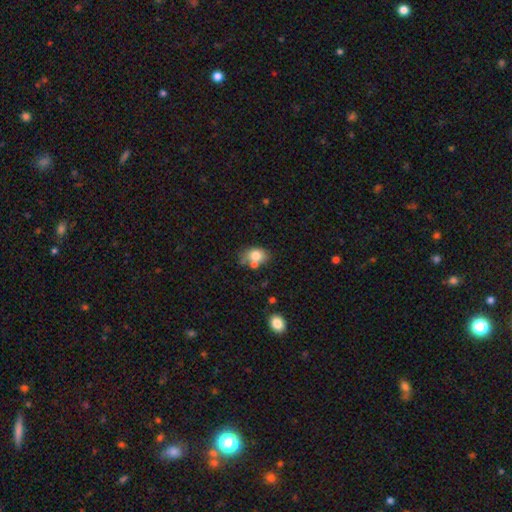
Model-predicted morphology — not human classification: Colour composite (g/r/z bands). It shows a smooth galaxy with no disk features (76%) that is in between round and cigar-shaped (72%). Merging: none (48%).